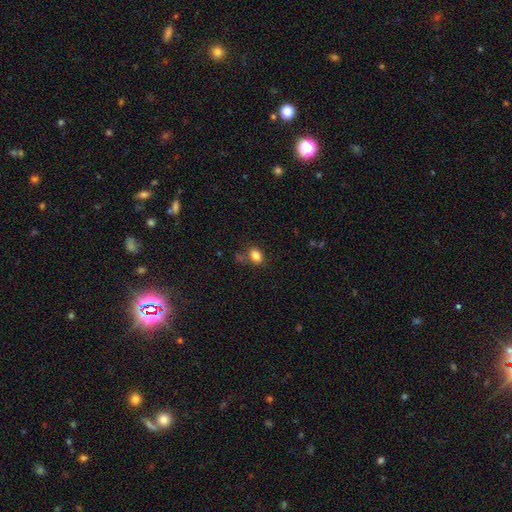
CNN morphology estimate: Smooth or featured? smooth (83%)
How rounded? in between (75%)
Merging? none (69%)